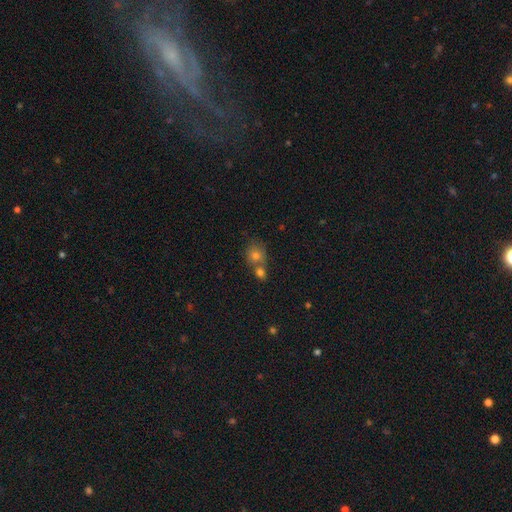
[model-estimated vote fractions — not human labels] The model was most divided on "merging": none: 47%, merger: 41%, minor disturbance: 9%, major disturbance: 3%. More confident: how rounded — round (77%); smooth or featured — smooth (72%).